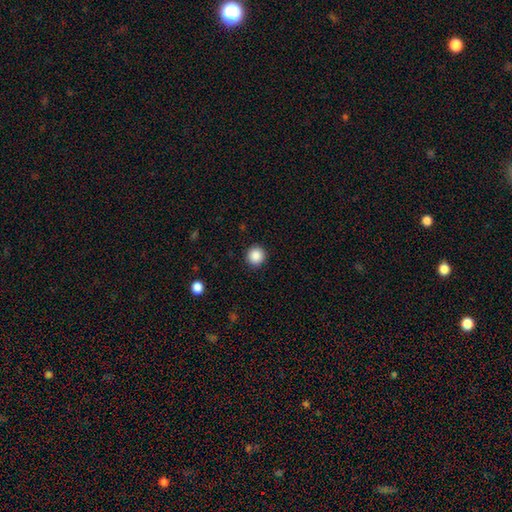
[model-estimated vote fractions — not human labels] The model was most divided on "smooth or featured": smooth: 88%, star or artifact: 10%, featured or disk: 3%. More confident: how rounded — round (94%); merging — none (92%).